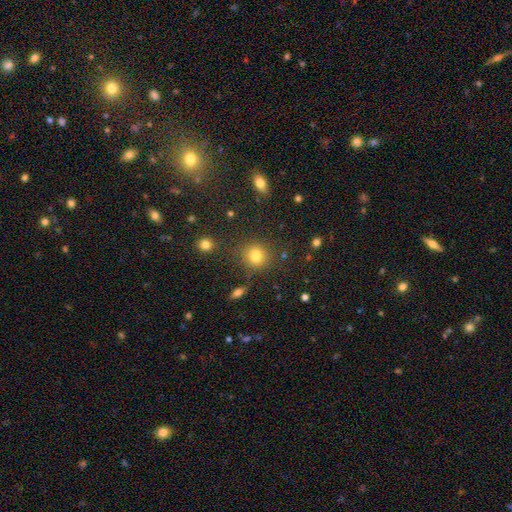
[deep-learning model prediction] This is likely a smooth galaxy (78%). How rounded: clearly round (85%). Merging: clearly none (80%).